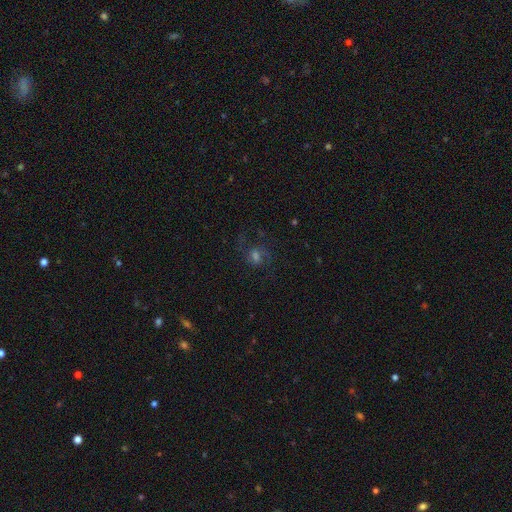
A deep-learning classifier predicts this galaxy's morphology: Q: Smooth or featured?
A: featured or disk (48%); runner-up: smooth (28%)
Q: Merging?
A: none (65%); runner-up: major disturbance (18%)